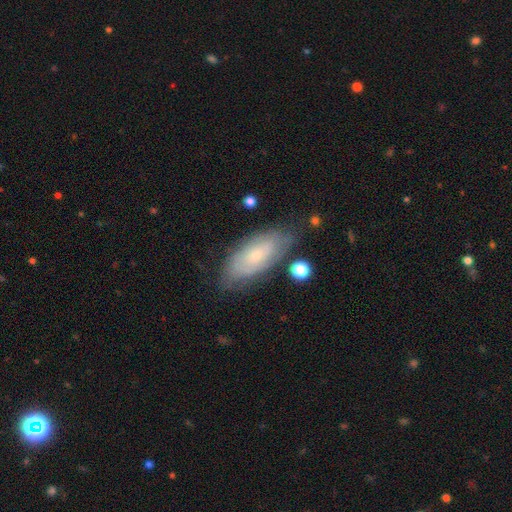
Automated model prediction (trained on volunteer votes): Overall: featured or disk (47%; smooth 46%). Merging: none (70%).